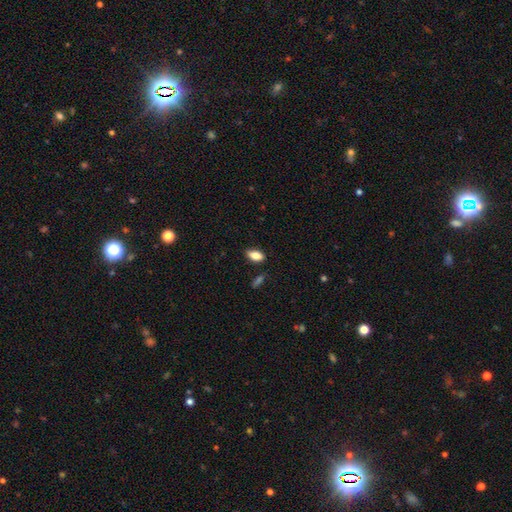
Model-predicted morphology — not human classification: type=smooth (83%); roundness=in between (89%); merging=none (84%).